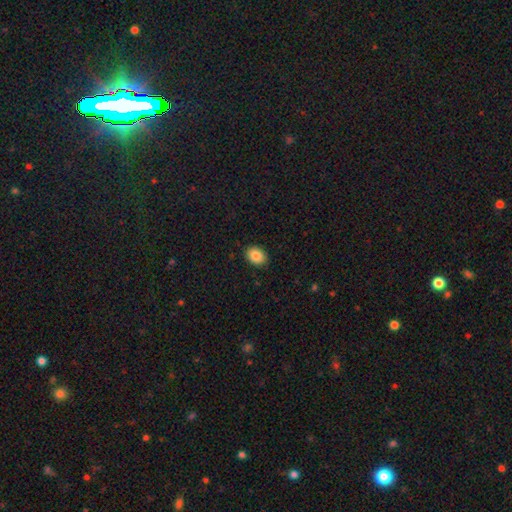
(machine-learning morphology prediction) Smooth or featured? Predicted: smooth (p=0.86). How rounded? Predicted: in between (p=0.69). Merging? Predicted: none (p=0.89).